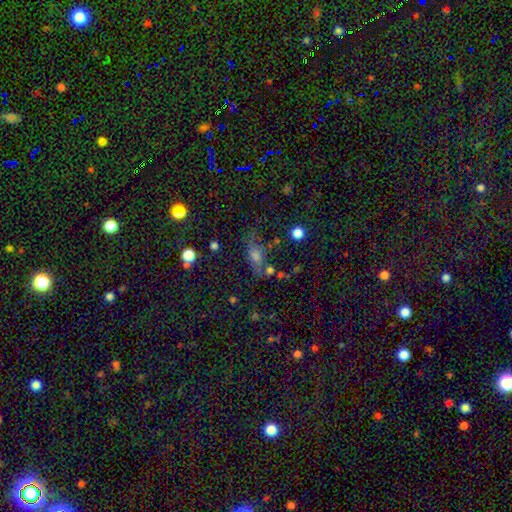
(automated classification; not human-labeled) Smooth or featured? Predicted: smooth (p=0.57). How rounded? Predicted: in between (p=0.64). Merging? Predicted: none (p=0.56).